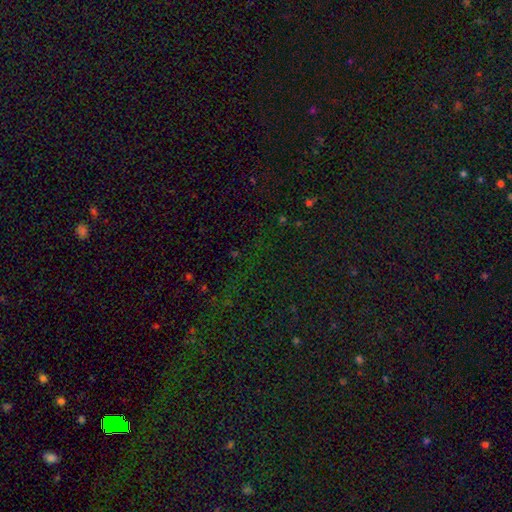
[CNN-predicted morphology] This is likely a star or artifact rather than a galaxy (76%).